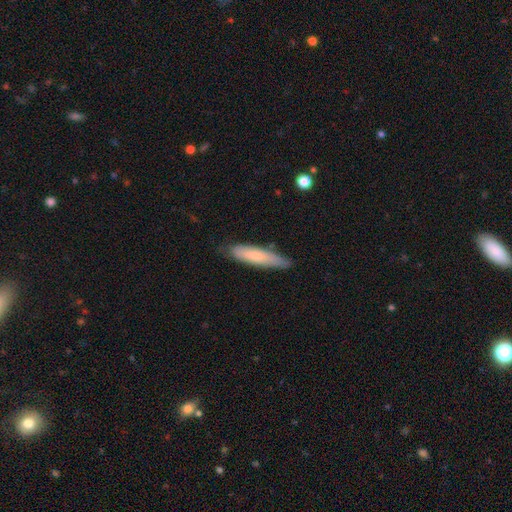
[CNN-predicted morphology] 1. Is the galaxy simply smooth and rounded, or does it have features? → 68% smooth, 26% featured or disk, 6% star or artifact.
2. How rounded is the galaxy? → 77% cigar-shaped, 21% in between, 1% round.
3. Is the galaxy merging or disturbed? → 75% none, 20% minor disturbance, 3% major disturbance, 2% merger.